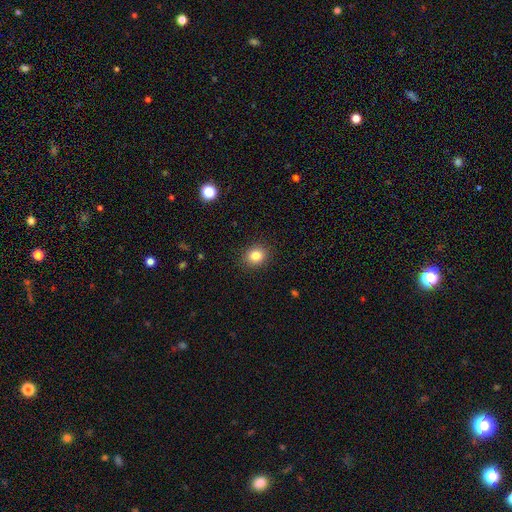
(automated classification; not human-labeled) Smooth or featured?
  - smooth: 83% *
  - star or artifact: 11%
  - featured or disk: 6%
How rounded?
  - round: 75% *
  - in between: 24%
  - cigar-shaped: 1%
Merging?
  - none: 90% *
  - minor disturbance: 7%
  - major disturbance: 2%
  - merger: 1%